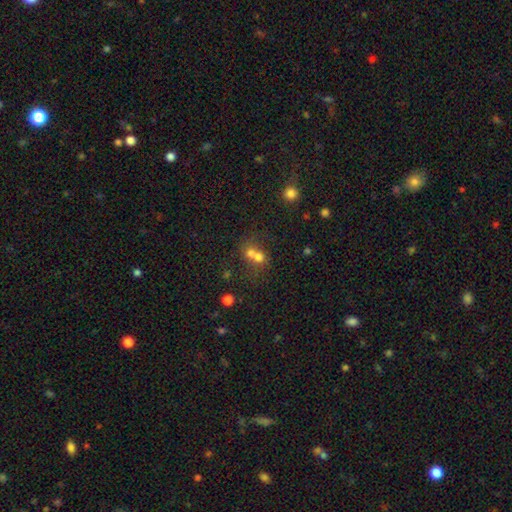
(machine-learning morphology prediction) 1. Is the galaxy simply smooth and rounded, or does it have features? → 65% smooth, 19% featured or disk, 16% star or artifact.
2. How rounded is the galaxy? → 75% round, 24% in between, 1% cigar-shaped.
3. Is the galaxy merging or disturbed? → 66% merger, 25% none, 5% minor disturbance, 4% major disturbance.